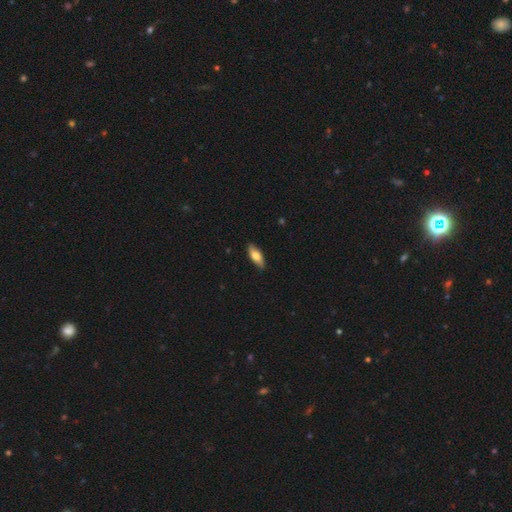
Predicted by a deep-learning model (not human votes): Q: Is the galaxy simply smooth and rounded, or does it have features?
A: smooth — 75%.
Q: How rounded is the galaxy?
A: in between — 73%.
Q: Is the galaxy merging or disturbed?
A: none — 85%.